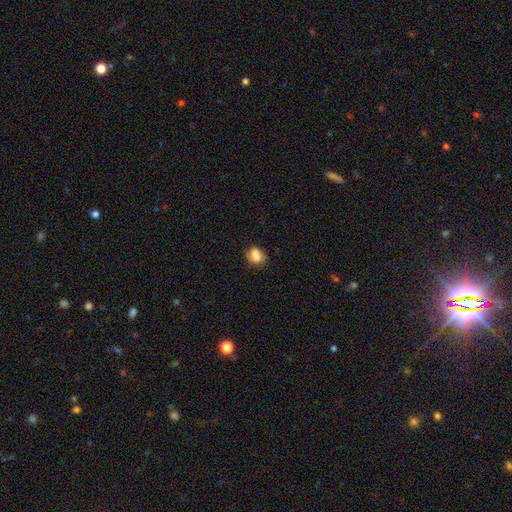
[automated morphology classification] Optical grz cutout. It shows a smooth galaxy with no disk features (79%) that is in between round and cigar-shaped (59%). Merging: none (63%).